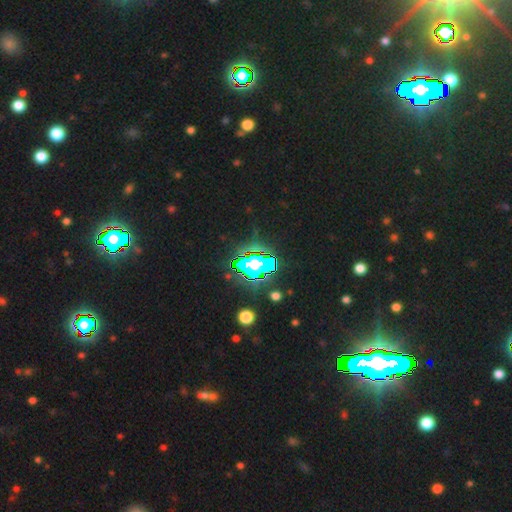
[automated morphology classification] Q: Smooth or featured?
A: star or artifact (83%); runner-up: smooth (10%)